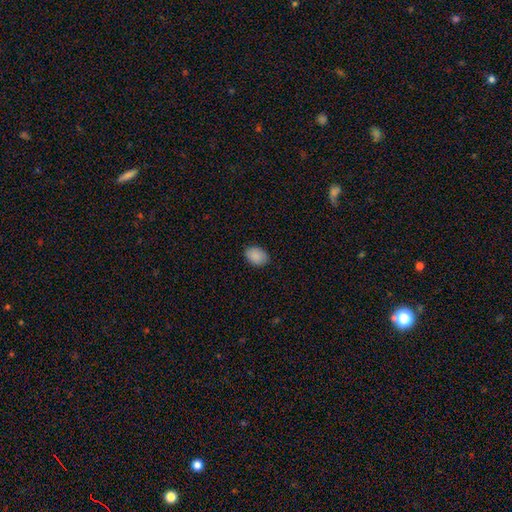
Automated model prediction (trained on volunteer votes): Smooth or featured: smooth — 89% (star or artifact — 7%)
How rounded: in between — 78% (round — 21%)
Merging: none — 87% (minor disturbance — 10%)